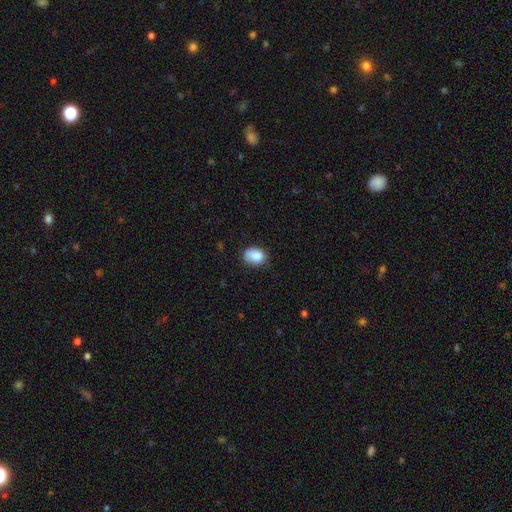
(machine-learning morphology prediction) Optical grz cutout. It shows a smooth galaxy with no disk features (84%) that is in between round and cigar-shaped (70%). Merging: none (60%).